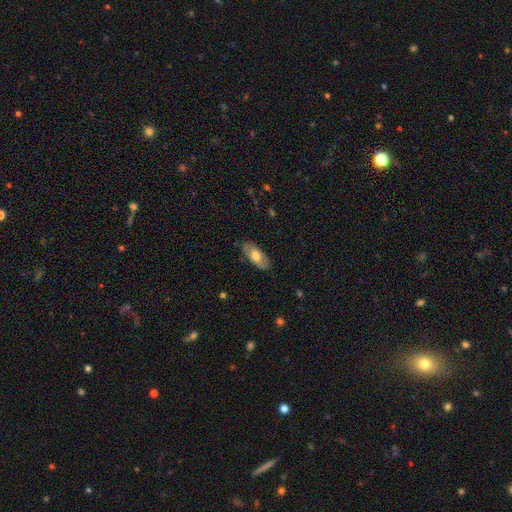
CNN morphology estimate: smooth 64%, featured or disk 31%, star or artifact 6%. Down the decision tree: how rounded — in between (88%); merging — none (84%).